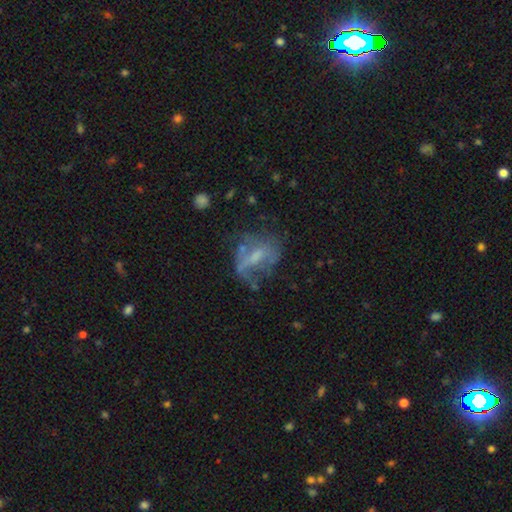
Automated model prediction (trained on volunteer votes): Overall: featured or disk (58%; smooth 31%). Edge-on disk: no (95%). Bar: no (41%, tied with weak). Spiral arms: no (58%; yes 42%). Bulge size: moderate (33%; small 32%). Merging: none (39%; major disturbance 31%).